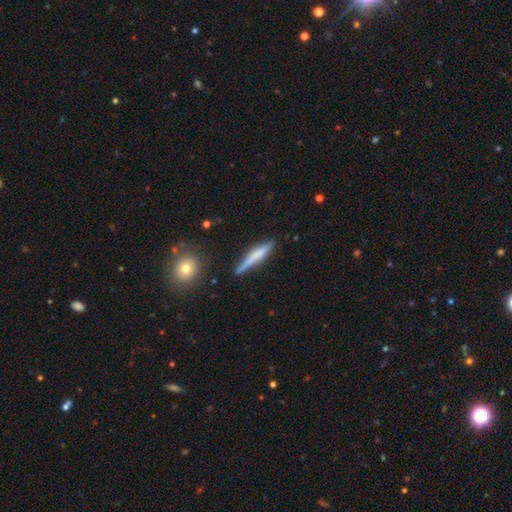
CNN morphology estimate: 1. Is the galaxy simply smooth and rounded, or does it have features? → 49% smooth, 44% featured or disk, 6% star or artifact.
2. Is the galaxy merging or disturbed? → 80% none, 14% minor disturbance, 3% major disturbance, 3% merger.